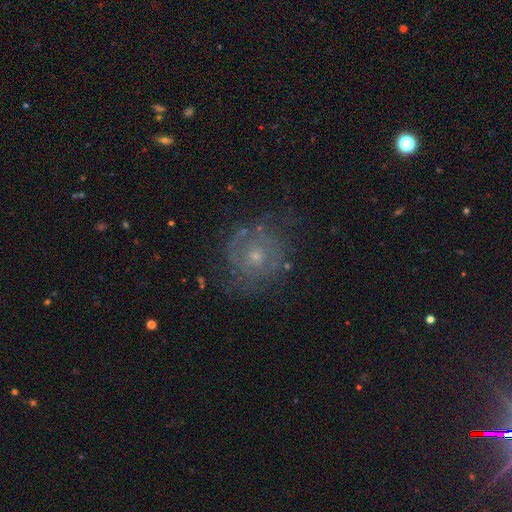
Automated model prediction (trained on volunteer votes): Smooth or featured?
  - featured or disk: 63% *
  - smooth: 24%
  - star or artifact: 13%
Edge-on disk?
  - no: 97% *
  - yes: 3%
Bar?
  - no: 83% *
  - weak: 15%
  - strong: 3%
Spiral arms?
  - yes: 74% *
  - no: 26%
Bulge size?
  - small: 57% *
  - moderate: 38%
  - none: 2%
  - large: 2%
  - dominant: 1%
Merging?
  - none: 66% *
  - minor disturbance: 19%
  - major disturbance: 13%
  - merger: 2%